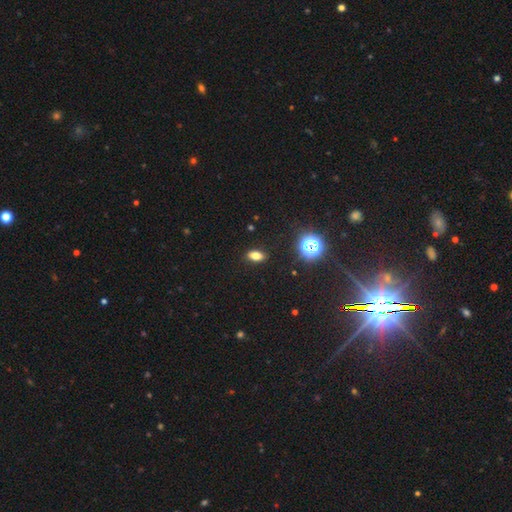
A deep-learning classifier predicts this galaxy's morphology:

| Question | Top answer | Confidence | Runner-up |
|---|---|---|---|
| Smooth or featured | smooth | 75% | star or artifact (16%) |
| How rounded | in between | 84% | round (10%) |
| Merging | none | 89% | minor disturbance (7%) |